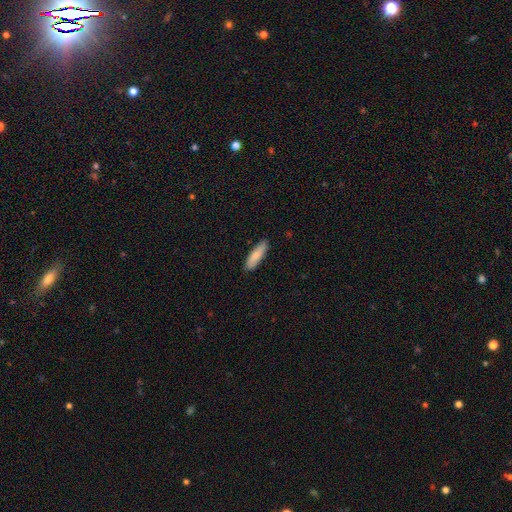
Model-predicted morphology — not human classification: The model was most divided on "how rounded": cigar-shaped: 57%, in between: 41%, round: 2%. More confident: merging — none (88%); smooth or featured — smooth (79%).